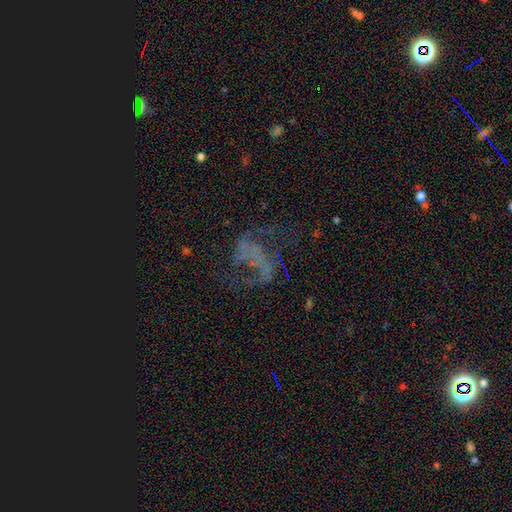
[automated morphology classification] Smooth or featured: featured or disk — 56% (star or artifact — 28%)
Edge-on disk: no — 97% (yes — 3%)
Bar: no — 66% (weak — 20%)
Spiral arms: yes — 53% (no — 47%)
Bulge size: none — 81% (small — 11%)
Merging: none — 44% (major disturbance — 37%)